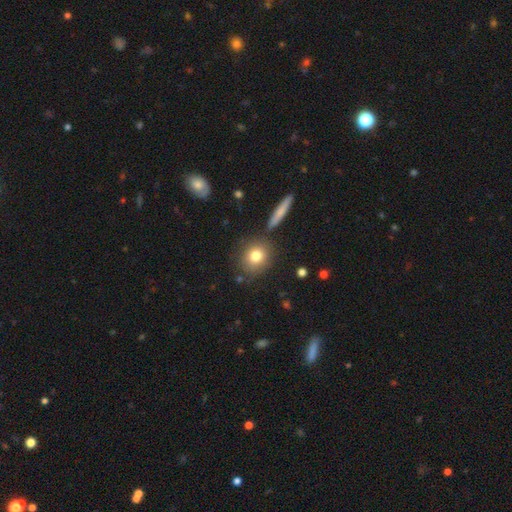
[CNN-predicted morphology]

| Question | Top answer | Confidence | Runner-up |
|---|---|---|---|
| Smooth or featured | smooth | 80% | featured or disk (11%) |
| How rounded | round | 77% | in between (21%) |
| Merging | none | 80% | minor disturbance (10%) |